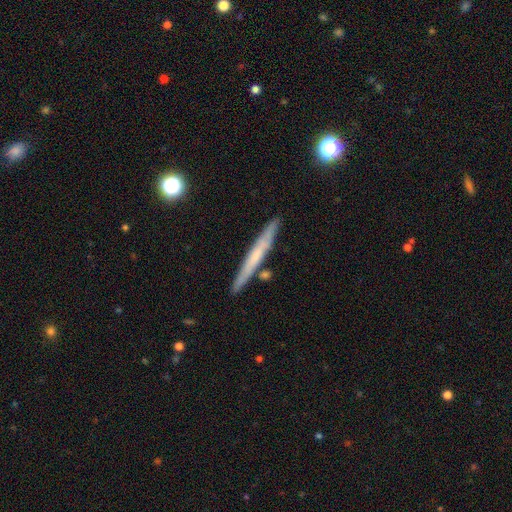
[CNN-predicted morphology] Smooth or featured?
  - smooth: 47% * (tied)
  - featured or disk: 47% * (tied)
  - star or artifact: 6%
Merging?
  - none: 86% *
  - minor disturbance: 9%
  - merger: 3%
  - major disturbance: 2%